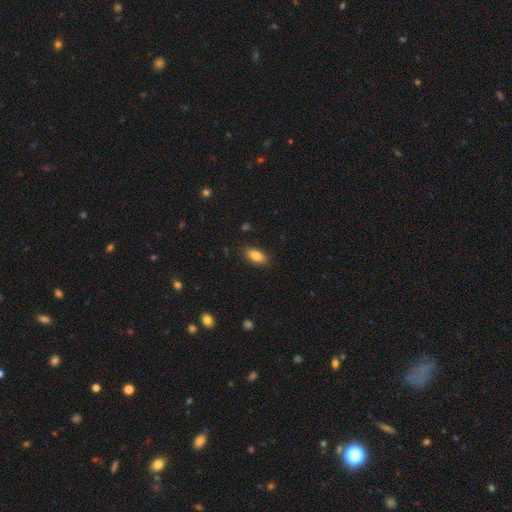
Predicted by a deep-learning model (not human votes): Q: Smooth or featured?
A: smooth (84%); runner-up: featured or disk (8%)
Q: How rounded?
A: in between (87%); runner-up: cigar-shaped (10%)
Q: Merging?
A: none (86%); runner-up: minor disturbance (10%)